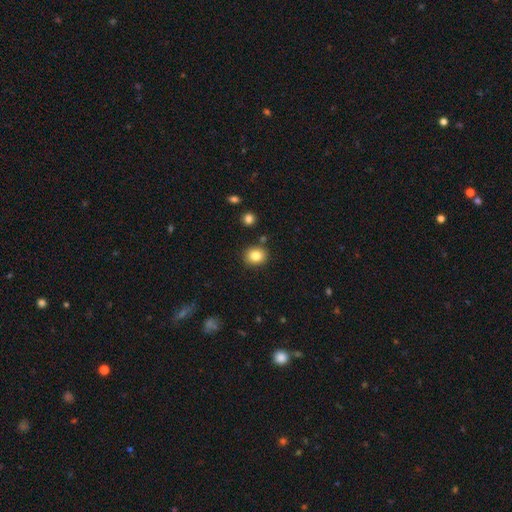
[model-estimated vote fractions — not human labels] smooth_or_featured: smooth (p=0.83) [alt: star or artifact p=0.10]
how_rounded: round (p=0.72) [alt: in between p=0.27]
merging: none (p=0.86) [alt: minor disturbance p=0.08]